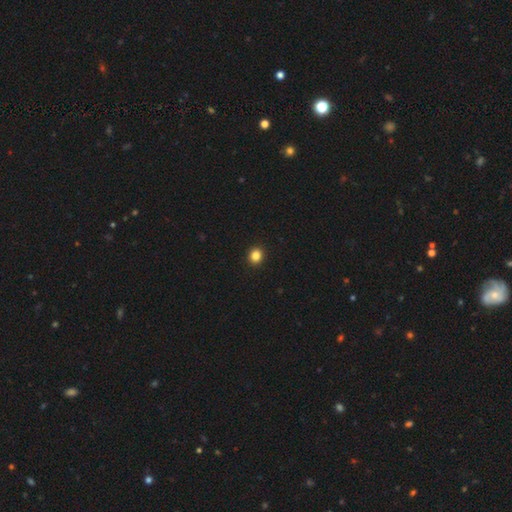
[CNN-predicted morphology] Smooth or featured: smooth — 85% (star or artifact — 11%)
How rounded: round — 85% (in between — 14%)
Merging: none — 94% (minor disturbance — 4%)